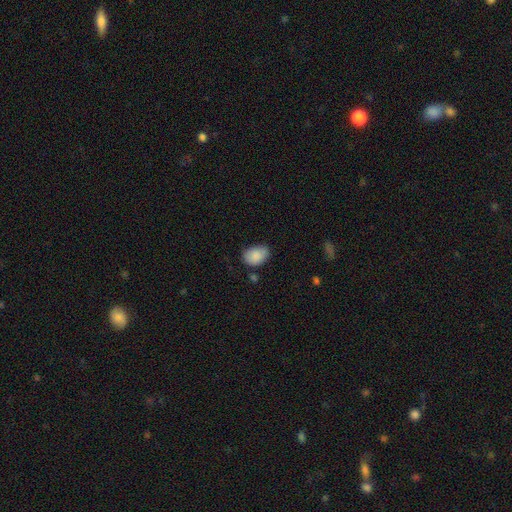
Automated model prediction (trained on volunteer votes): Smooth or featured: smooth — 86% (star or artifact — 7%)
How rounded: in between — 79% (round — 20%)
Merging: none — 66% (minor disturbance — 26%)